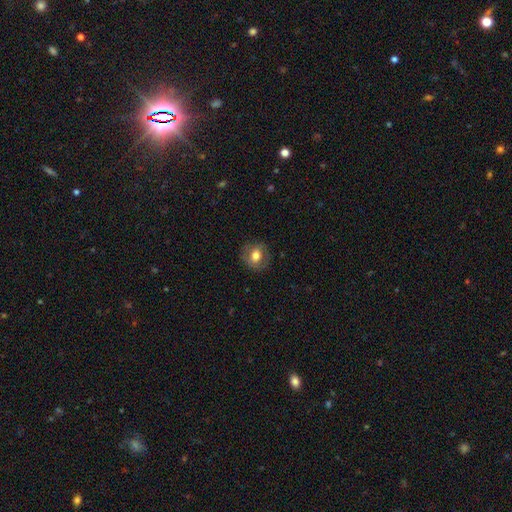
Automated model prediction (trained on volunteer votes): Smooth or featured? smooth (69%)
How rounded? round (76%)
Merging? none (82%)